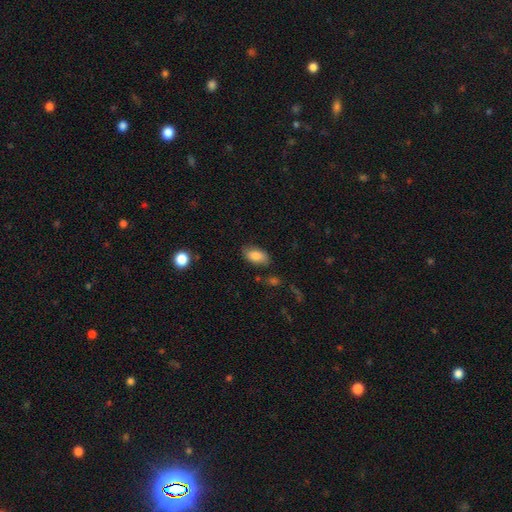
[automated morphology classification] Smooth or featured? Predicted: smooth (p=0.83). How rounded? Predicted: in between (p=0.93). Merging? Predicted: none (p=0.80).